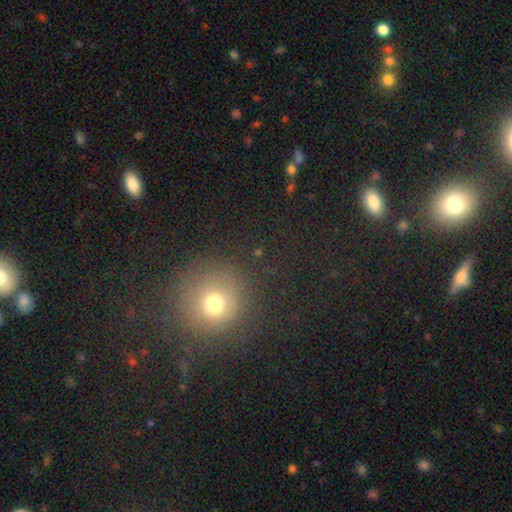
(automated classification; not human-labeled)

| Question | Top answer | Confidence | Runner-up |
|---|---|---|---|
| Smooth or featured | smooth | 58% | star or artifact (33%) |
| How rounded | round | 92% | in between (7%) |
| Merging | none | 87% | minor disturbance (7%) |